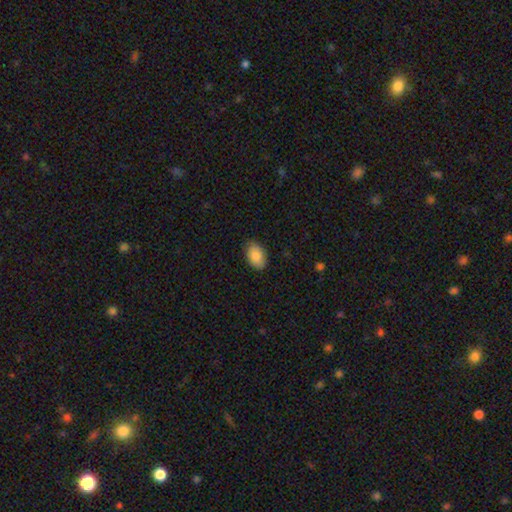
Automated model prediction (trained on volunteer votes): smooth-or-featured: smooth: 85% | featured or disk: 8% | star or artifact: 7%
  how-rounded: in between: 90% | round: 9% | cigar-shaped: 1%
  merging: none: 84% | minor disturbance: 13% | major disturbance: 2% | merger: 1%